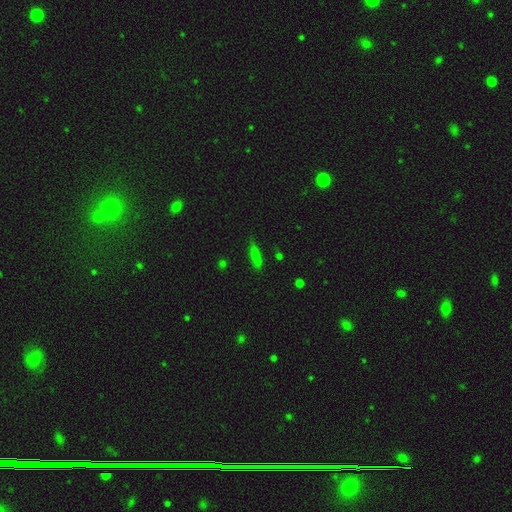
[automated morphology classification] A smooth galaxy with no disk features (64%) that is cigar-shaped (69%).

Vote fractions:
- Smooth or featured? smooth: 64% / featured or disk: 20% / star or artifact: 15%
- How rounded? cigar-shaped: 69% / in between: 27% / round: 4%
- Merging? none: 80% / minor disturbance: 14% / major disturbance: 3% / merger: 2%